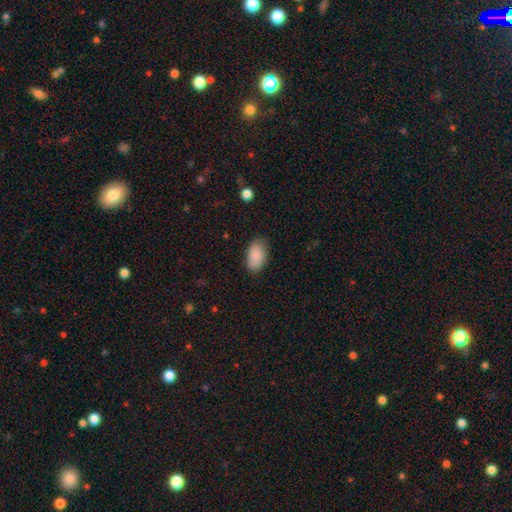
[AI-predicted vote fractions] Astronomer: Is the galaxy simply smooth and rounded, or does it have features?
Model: smooth — 87%.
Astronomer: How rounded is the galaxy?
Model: in between — 94%.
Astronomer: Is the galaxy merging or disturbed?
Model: none — 79%.